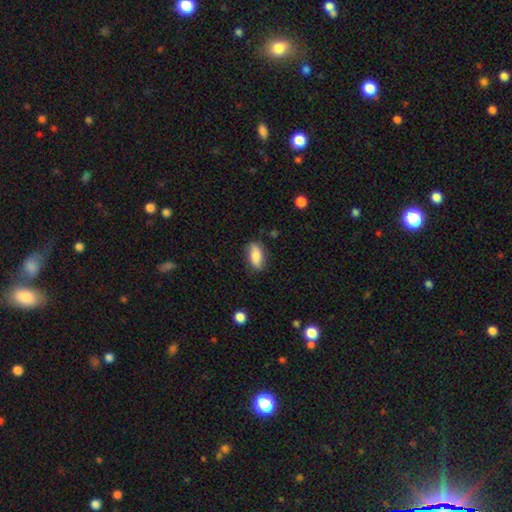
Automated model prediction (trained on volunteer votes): smooth 82%, featured or disk 12%, star or artifact 7%. Down the decision tree: how rounded — in between (86%); merging — none (80%).